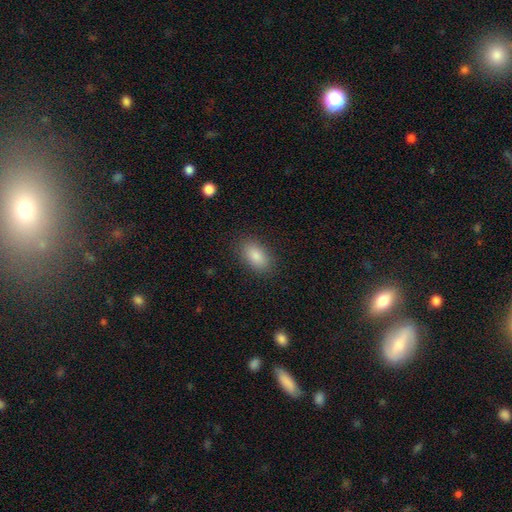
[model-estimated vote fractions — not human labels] Q: Smooth or featured?
A: smooth (85%); runner-up: star or artifact (8%)
Q: How rounded?
A: in between (91%); runner-up: round (6%)
Q: Merging?
A: none (87%); runner-up: minor disturbance (9%)